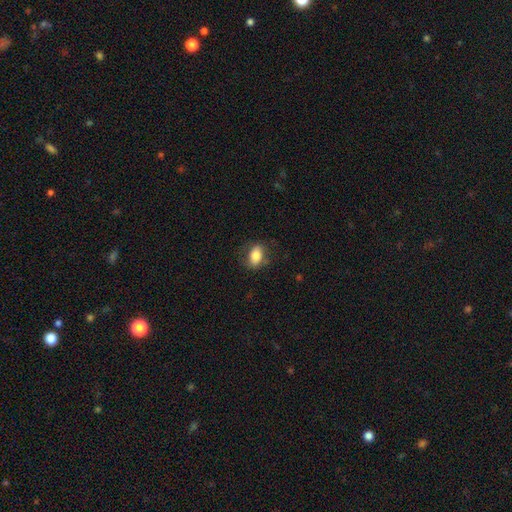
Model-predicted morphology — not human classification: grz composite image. It shows a smooth galaxy with no disk features (77%) that is in between round and cigar-shaped (85%). Merging: none (75%).